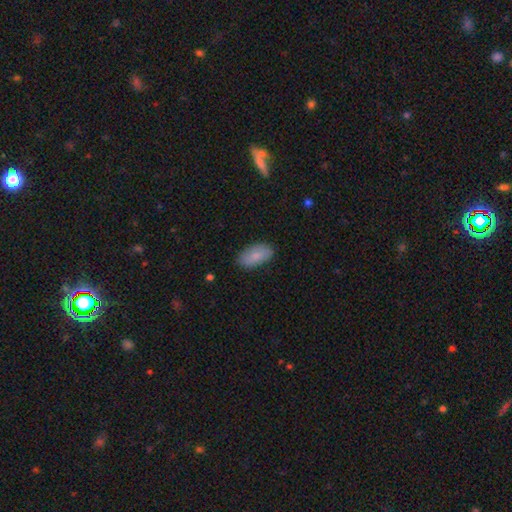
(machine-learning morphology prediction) A smooth galaxy with no disk features (84%) that is in between round and cigar-shaped (94%).

Vote fractions:
- Smooth or featured? smooth: 84% / featured or disk: 9% / star or artifact: 6%
- How rounded? in between: 94% / cigar-shaped: 4% / round: 3%
- Merging? none: 84% / minor disturbance: 12% / major disturbance: 2% / merger: 1%